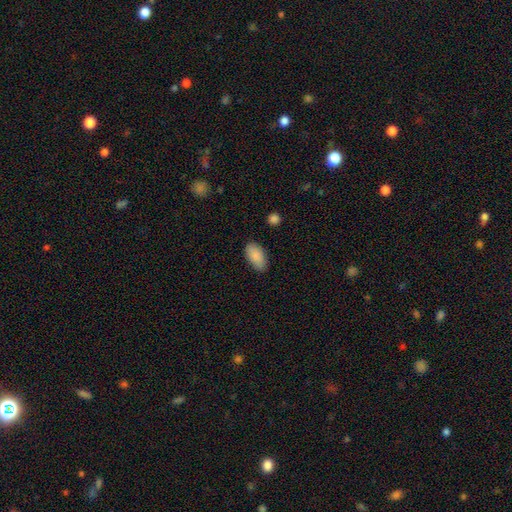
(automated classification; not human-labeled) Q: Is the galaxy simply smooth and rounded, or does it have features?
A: smooth — 88%.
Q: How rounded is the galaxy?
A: in between — 93%.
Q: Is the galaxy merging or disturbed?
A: none — 79%.